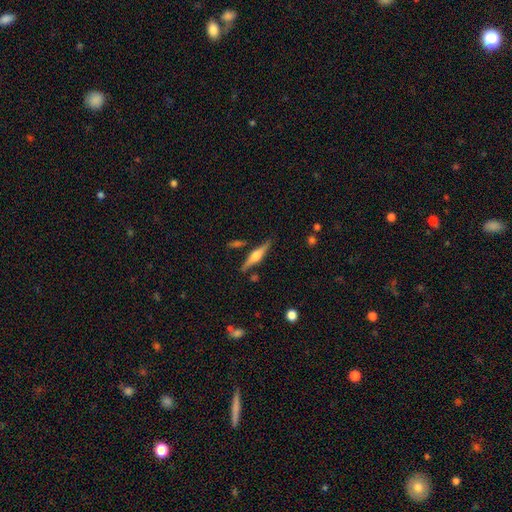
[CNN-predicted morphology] This is likely a featured or disk galaxy (73%). It is clearly viewed edge-on (97%). Edge-on bulge: clearly rounded (91%). Merging: clearly none (85%).